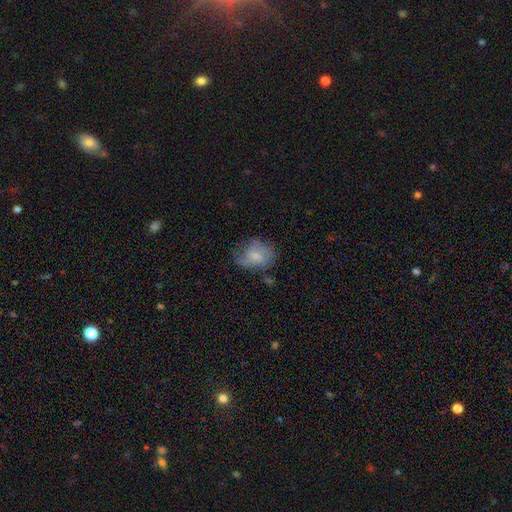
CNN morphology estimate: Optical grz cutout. It shows a smooth galaxy with no disk features (58%) that is in between round and cigar-shaped (59%). Merging: none (43%).